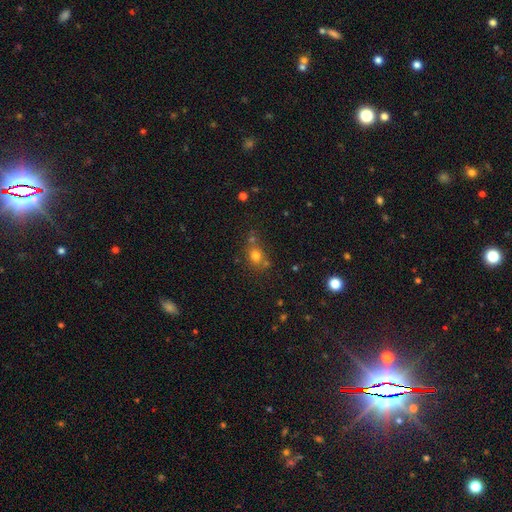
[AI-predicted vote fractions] The model was most divided on "how rounded": round: 68%, in between: 30%, cigar-shaped: 1%. More confident: smooth or featured — smooth (73%); merging — none (60%).